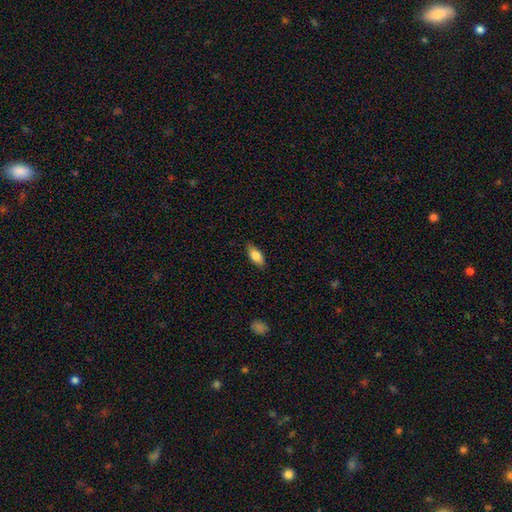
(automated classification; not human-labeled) A smooth galaxy with no disk features (79%) that is in between round and cigar-shaped (83%).

Vote fractions:
- Smooth or featured? smooth: 79% / featured or disk: 14% / star or artifact: 7%
- How rounded? in between: 83% / cigar-shaped: 13% / round: 3%
- Merging? none: 83% / minor disturbance: 13% / major disturbance: 3% / merger: 1%